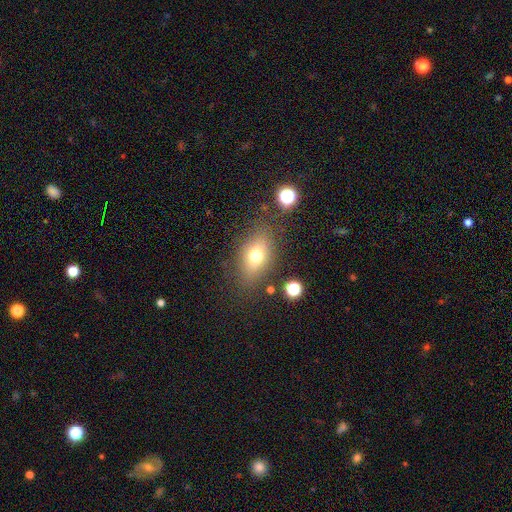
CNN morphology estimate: Smooth or featured?
  - smooth: 69% *
  - featured or disk: 18%
  - star or artifact: 13%
How rounded?
  - in between: 78% *
  - round: 18%
  - cigar-shaped: 4%
Merging?
  - none: 79% *
  - minor disturbance: 13%
  - major disturbance: 6%
  - merger: 3%